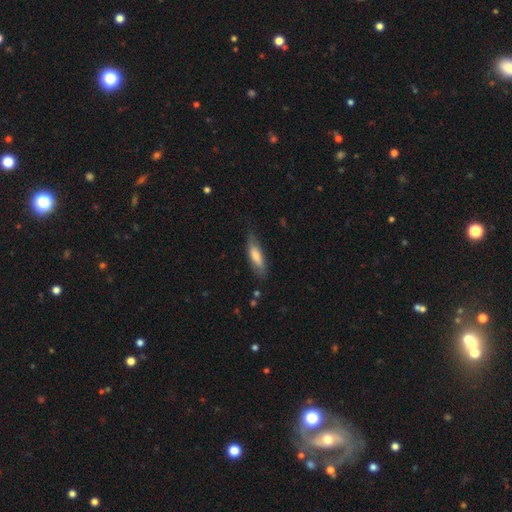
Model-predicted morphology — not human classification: Smooth or featured: smooth — 70% (featured or disk — 24%)
How rounded: cigar-shaped — 56% (in between — 42%)
Merging: none — 71% (minor disturbance — 22%)